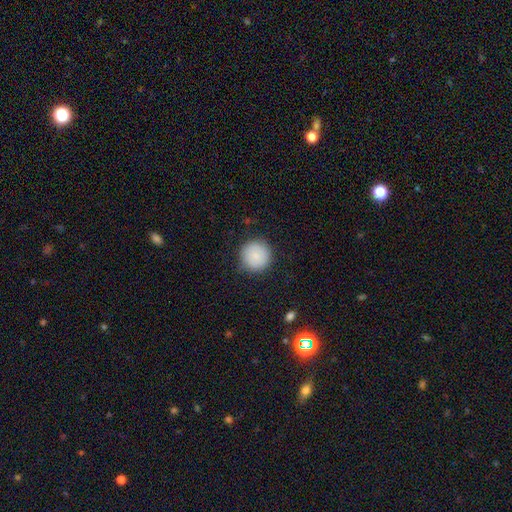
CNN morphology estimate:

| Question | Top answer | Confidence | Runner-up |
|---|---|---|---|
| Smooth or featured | smooth | 86% | star or artifact (8%) |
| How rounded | round | 95% | in between (4%) |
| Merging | none | 86% | minor disturbance (10%) |